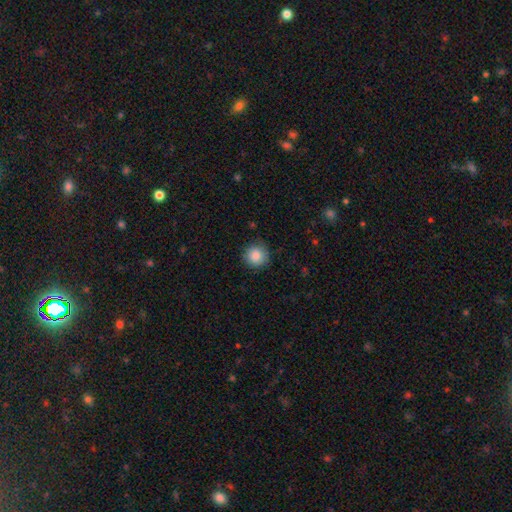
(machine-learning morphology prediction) Q: Smooth or featured?
A: smooth (87%); runner-up: star or artifact (9%)
Q: How rounded?
A: round (94%); runner-up: in between (5%)
Q: Merging?
A: none (85%); runner-up: minor disturbance (11%)